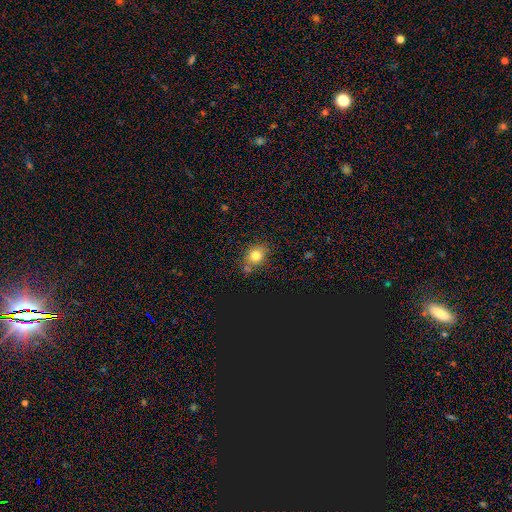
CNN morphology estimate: Smooth or featured? Predicted: smooth (p=0.78). How rounded? Predicted: round (p=0.62). Merging? Predicted: none (p=0.70).